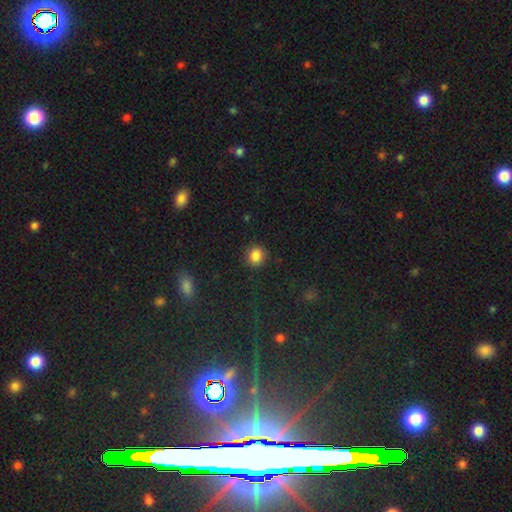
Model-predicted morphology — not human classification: Smooth or featured? Predicted: smooth (p=0.85). How rounded? Predicted: round (p=0.88). Merging? Predicted: none (p=0.91).